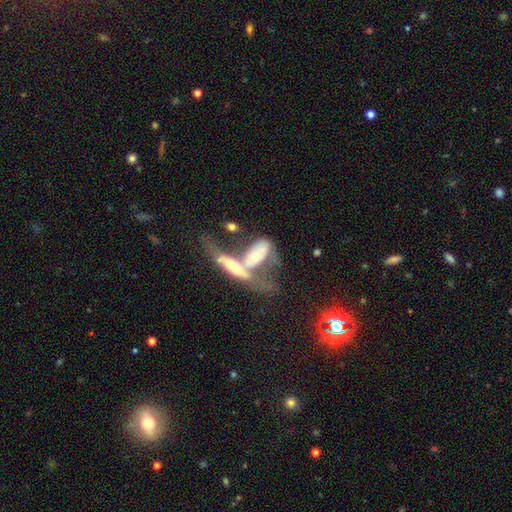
A smooth galaxy with no disk features (47%, tied with featured or disk) that is in between round and cigar-shaped (72%). Merging: merger (72%).